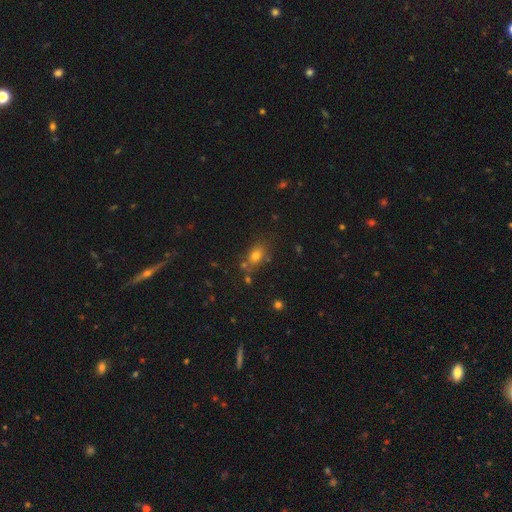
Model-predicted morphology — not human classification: type=smooth (74%); roundness=in between (69%); merging=none (67%).